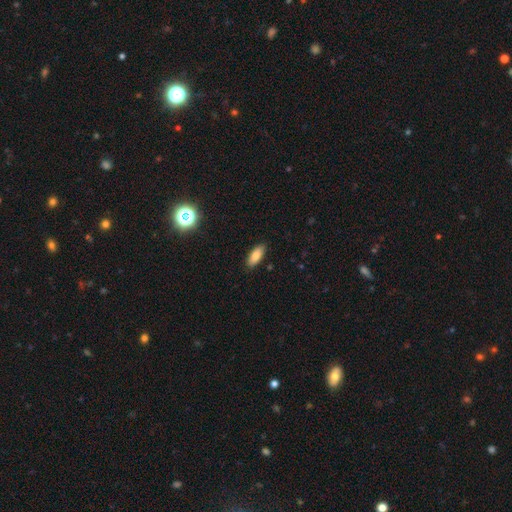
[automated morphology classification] Overall: smooth (84%). How rounded: in between (80%). Merging: none (88%).